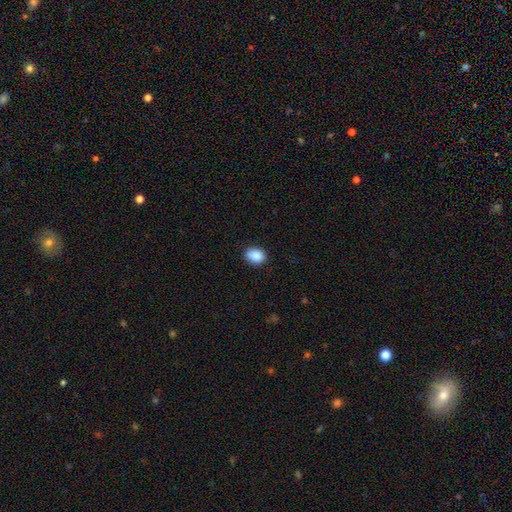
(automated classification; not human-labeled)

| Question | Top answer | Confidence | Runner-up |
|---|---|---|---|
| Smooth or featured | smooth | 88% | star or artifact (8%) |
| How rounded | in between | 60% | round (39%) |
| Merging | none | 83% | minor disturbance (14%) |